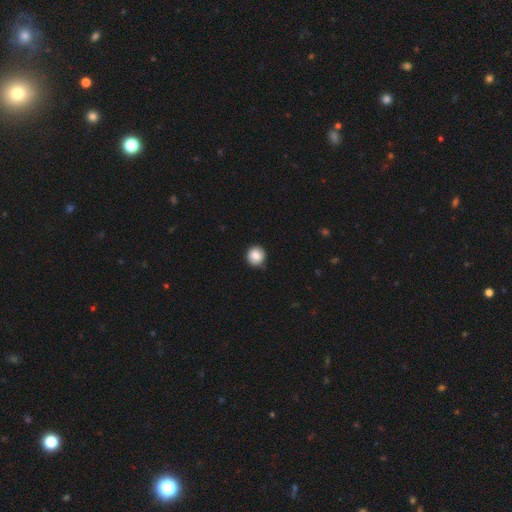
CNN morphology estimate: This is clearly a smooth galaxy (85%). How rounded: clearly round (93%). Merging: clearly none (85%).